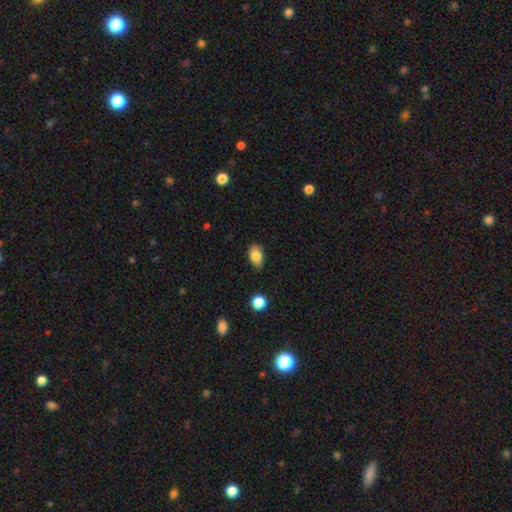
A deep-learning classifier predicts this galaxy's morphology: Q: Smooth or featured?
A: smooth (83%); runner-up: featured or disk (9%)
Q: How rounded?
A: in between (88%); runner-up: round (10%)
Q: Merging?
A: none (80%); runner-up: minor disturbance (16%)